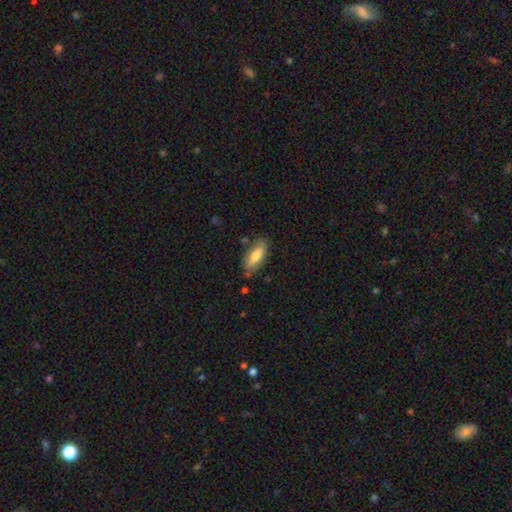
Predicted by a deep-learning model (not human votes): smooth-or-featured: smooth: 72% | featured or disk: 22% | star or artifact: 6%
  how-rounded: in between: 77% | cigar-shaped: 21% | round: 2%
  merging: none: 75% | minor disturbance: 18% | major disturbance: 4% | merger: 3%